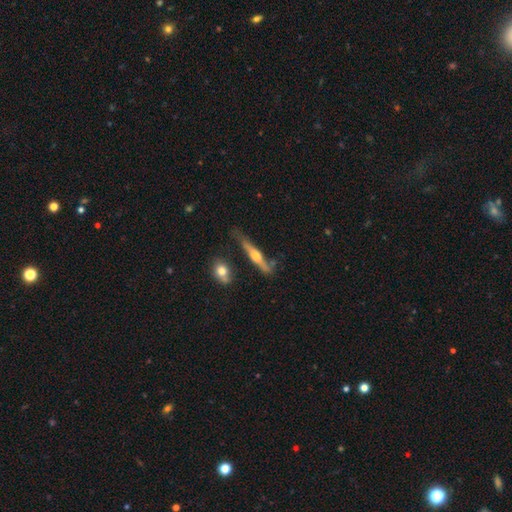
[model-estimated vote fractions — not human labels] Smooth or featured? featured or disk (66%)
Edge-on disk? yes (93%)
Edge-on bulge? rounded (91%)
Merging? none (62%)